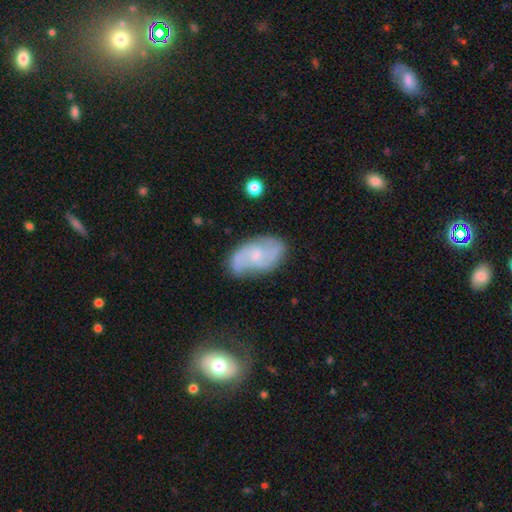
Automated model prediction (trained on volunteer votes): Smooth or featured?
  - featured or disk: 72% *
  - smooth: 21%
  - star or artifact: 7%
Edge-on disk?
  - no: 96% *
  - yes: 4%
Bar?
  - no: 58% *
  - weak: 37%
  - strong: 5%
Spiral arms?
  - yes: 91% *
  - no: 9%
Spiral winding?
  - medium: 47% *
  - loose: 28%
  - tight: 26%
Spiral arm count?
  - 2: 67% *
  - can't tell: 16%
  - 3: 10%
  - 1: 3%
  - 4: 2%
  - more than 4: 2%
Bulge size?
  - small: 60% *
  - moderate: 27%
  - none: 10%
  - large: 2%
  - dominant: 1%
Merging?
  - none: 69% *
  - minor disturbance: 21%
  - major disturbance: 7%
  - merger: 3%